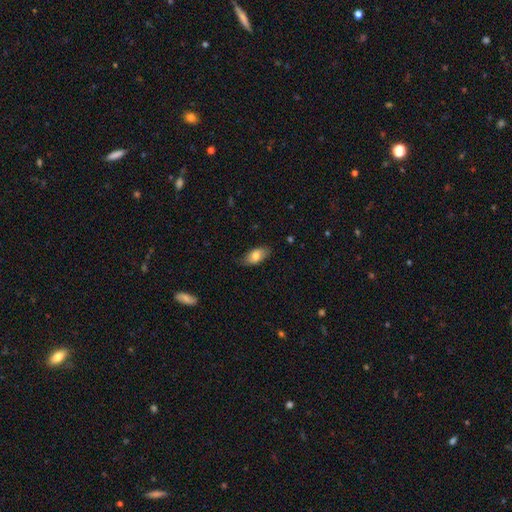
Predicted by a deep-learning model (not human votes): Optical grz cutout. It shows a smooth galaxy with no disk features (78%) that is in between round and cigar-shaped (91%). Merging: none (80%).